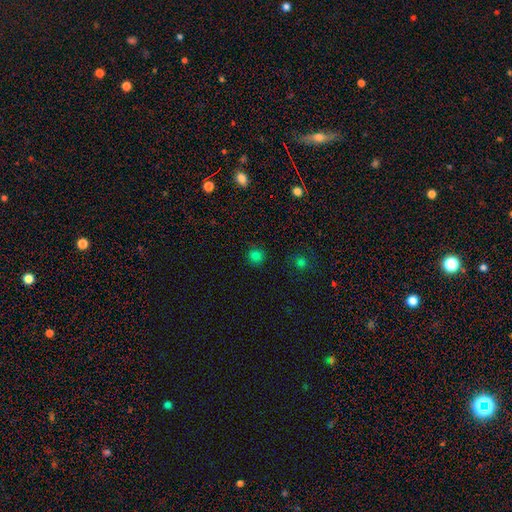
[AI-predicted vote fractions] Q: Smooth or featured?
A: smooth (78%); runner-up: star or artifact (18%)
Q: How rounded?
A: round (92%); runner-up: in between (7%)
Q: Merging?
A: none (89%); runner-up: minor disturbance (7%)